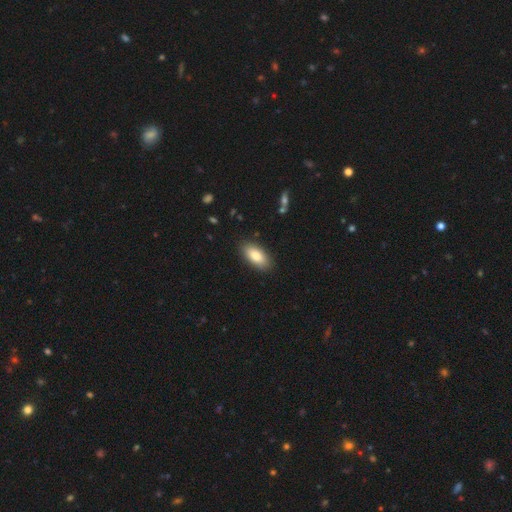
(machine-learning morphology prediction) Smooth or featured: smooth — 83% (featured or disk — 11%)
How rounded: in between — 90% (cigar-shaped — 7%)
Merging: none — 88% (minor disturbance — 9%)